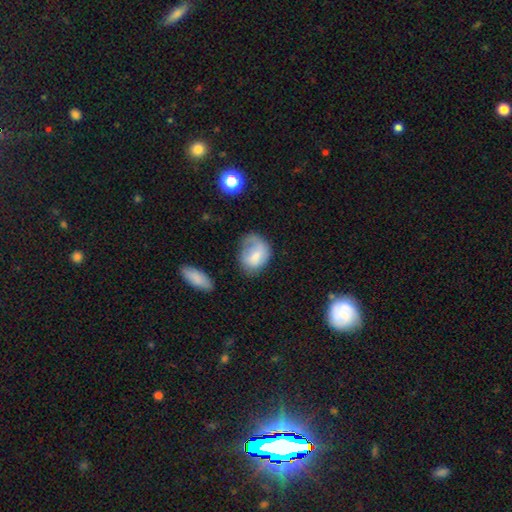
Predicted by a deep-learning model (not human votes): Q: Smooth or featured?
A: smooth (69%); runner-up: featured or disk (23%)
Q: How rounded?
A: in between (65%); runner-up: round (34%)
Q: Merging?
A: none (40%); runner-up: minor disturbance (33%)